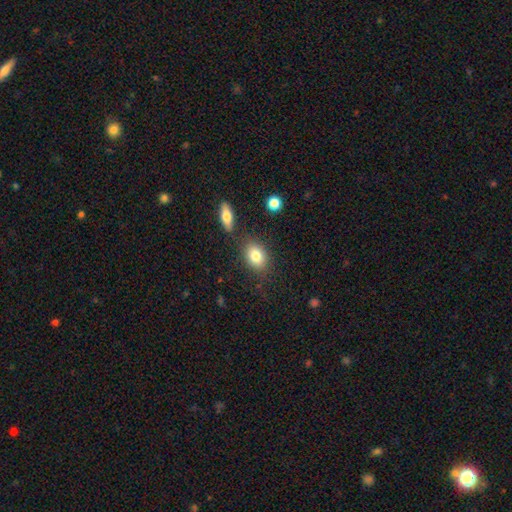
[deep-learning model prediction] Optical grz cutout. It shows a smooth galaxy with no disk features (83%) that is in between round and cigar-shaped (69%). Merging: none (77%).